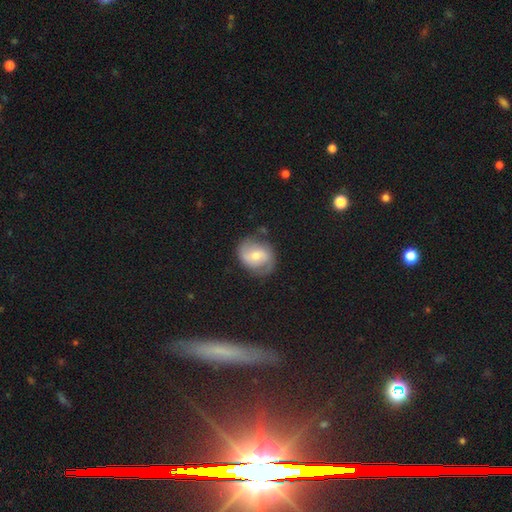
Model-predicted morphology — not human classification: A featured or disk galaxy (63%) with no bar (45%), 2 (85%) medium (45%) spiral arms (85%) and a moderate central bulge (55%). Merging: none (74%).